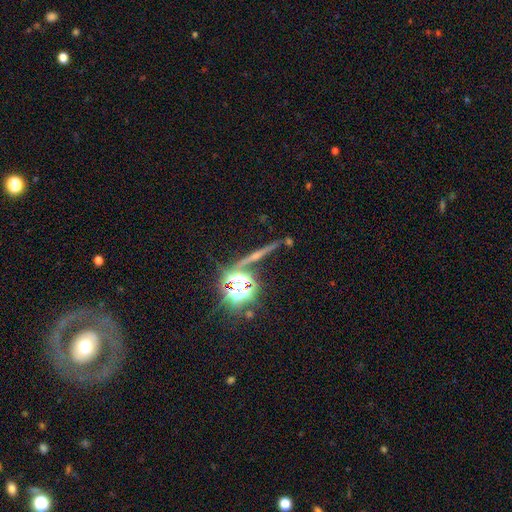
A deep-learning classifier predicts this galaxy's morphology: Q: Smooth or featured?
A: featured or disk (44%); runner-up: star or artifact (36%)
Q: Merging?
A: none (80%); runner-up: minor disturbance (10%)